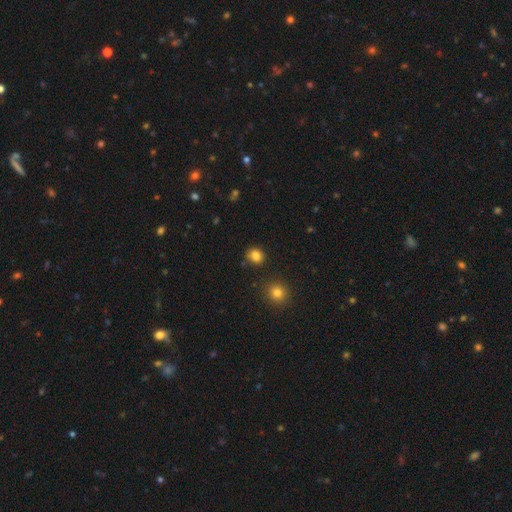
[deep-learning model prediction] This appears to be a smooth galaxy with no disk features (84%) that is round (76%). Merging: none (86%).